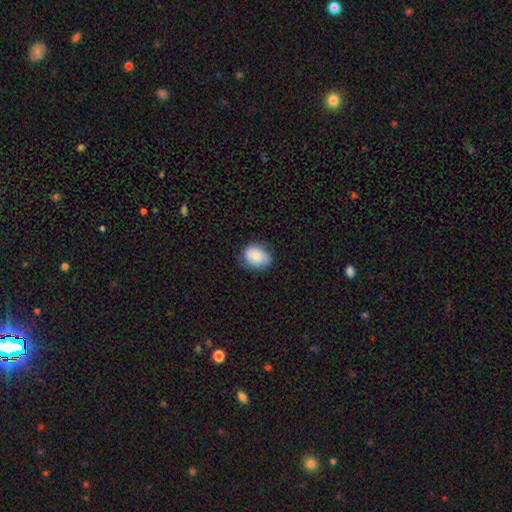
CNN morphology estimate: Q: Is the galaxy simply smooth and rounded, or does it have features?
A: smooth — 84%.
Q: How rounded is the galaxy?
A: in between — 58%.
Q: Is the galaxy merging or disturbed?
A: none — 70%.